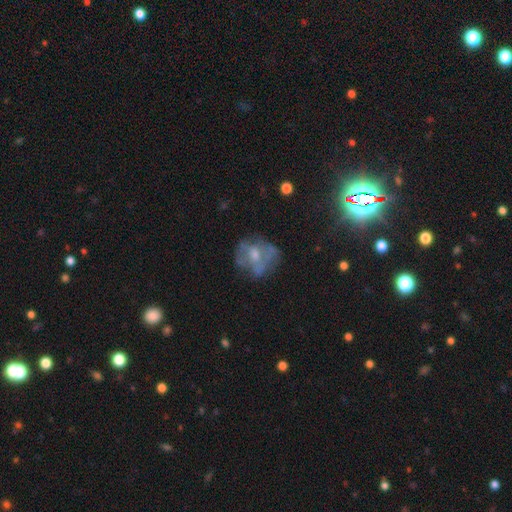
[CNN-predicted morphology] Smooth or featured?
  - featured or disk: 52% *
  - smooth: 37%
  - star or artifact: 11%
Edge-on disk?
  - no: 97% *
  - yes: 3%
Bar?
  - no: 74% *
  - weak: 22%
  - strong: 4%
Spiral arms?
  - no: 78% *
  - yes: 22%
Bulge size?
  - moderate: 46% *
  - small: 36%
  - none: 13%
  - large: 4%
  - dominant: 1%
Merging?
  - none: 50% *
  - major disturbance: 23%
  - minor disturbance: 23%
  - merger: 5%